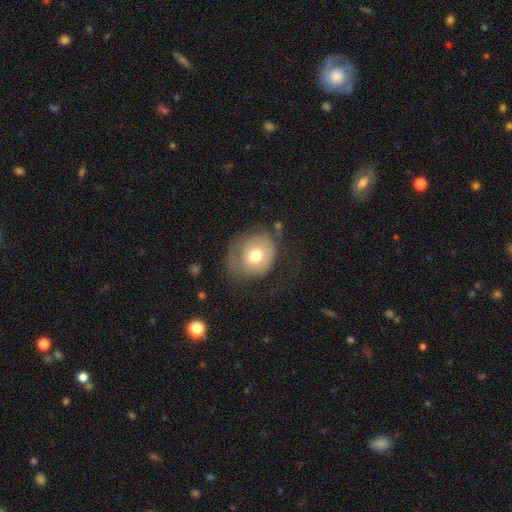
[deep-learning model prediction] smooth 62%, featured or disk 30%, star or artifact 8%. Down the decision tree: how rounded — round (68%); merging — none (42%).